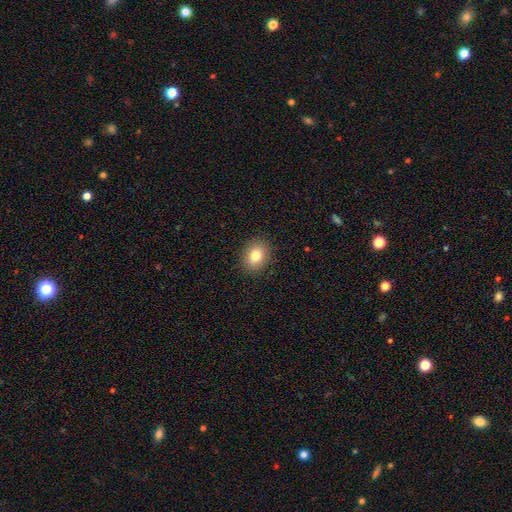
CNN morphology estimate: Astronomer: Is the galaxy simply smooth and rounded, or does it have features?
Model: smooth — 82%.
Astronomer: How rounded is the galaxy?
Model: round — 53% (runner-up: in between, 46%).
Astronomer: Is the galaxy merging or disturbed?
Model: none — 90%.